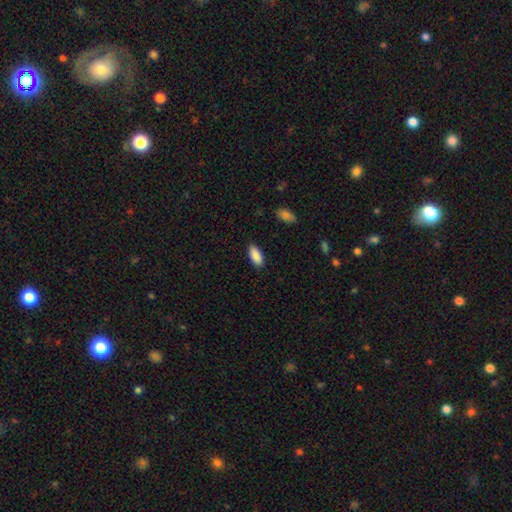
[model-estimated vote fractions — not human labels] smooth-or-featured: smooth: 90% | star or artifact: 6% | featured or disk: 4%
  how-rounded: in between: 88% | cigar-shaped: 10% | round: 2%
  merging: none: 87% | minor disturbance: 10% | major disturbance: 2% | merger: 1%